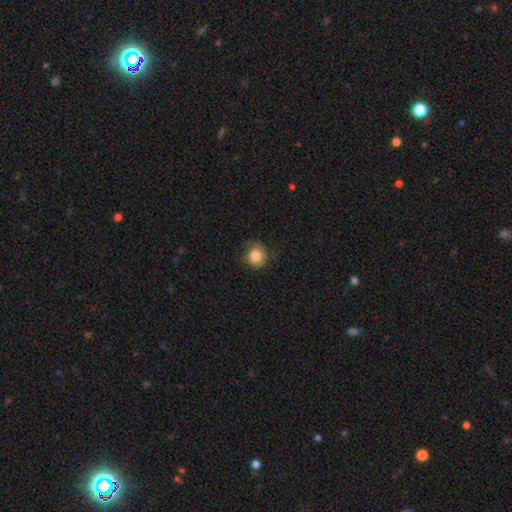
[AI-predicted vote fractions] Smooth or featured? Predicted: smooth (p=0.83). How rounded? Predicted: round (p=0.83). Merging? Predicted: none (p=0.68).